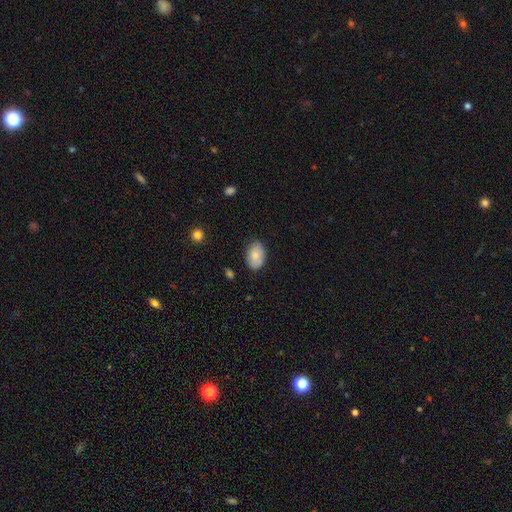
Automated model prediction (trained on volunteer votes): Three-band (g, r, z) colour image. It shows a smooth galaxy with no disk features (83%) that is in between round and cigar-shaped (87%). Merging: none (81%).